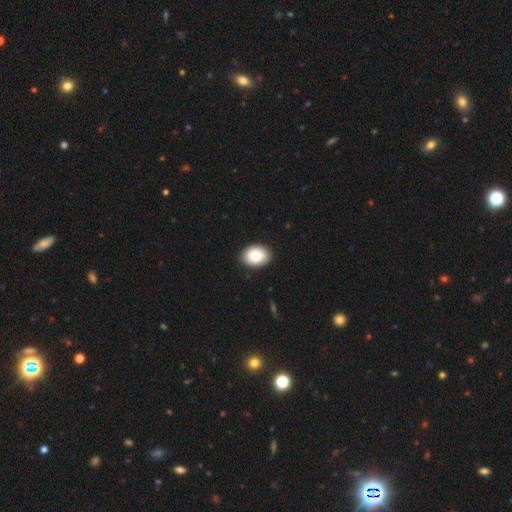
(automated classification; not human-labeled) smooth 88%, star or artifact 7%, featured or disk 5%. Down the decision tree: how rounded — in between (77%); merging — none (89%).